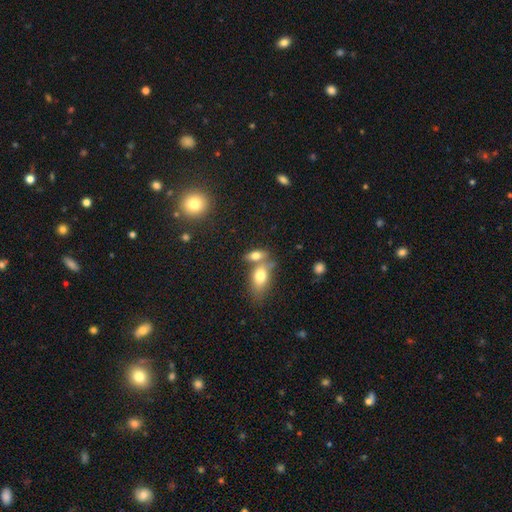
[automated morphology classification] Overall: smooth (72%). How rounded: in between (80%). Merging: none (43%; merger 42%).